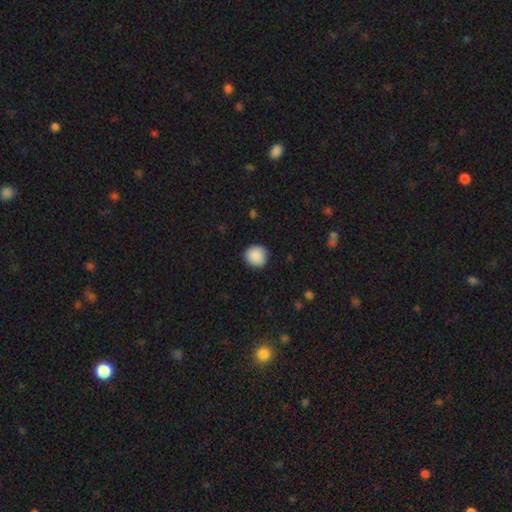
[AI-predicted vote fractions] Smooth or featured? smooth (89%)
How rounded? round (91%)
Merging? none (89%)